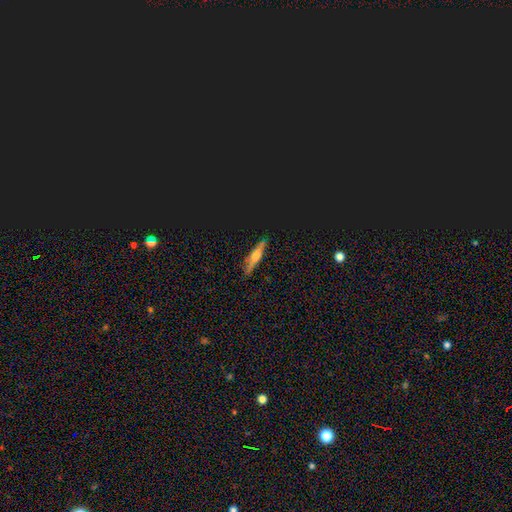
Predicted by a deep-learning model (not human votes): Smooth or featured: featured or disk — 52% (smooth — 32%)
Edge-on disk: yes — 92% (no — 8%)
Merging: none — 87% (minor disturbance — 10%)